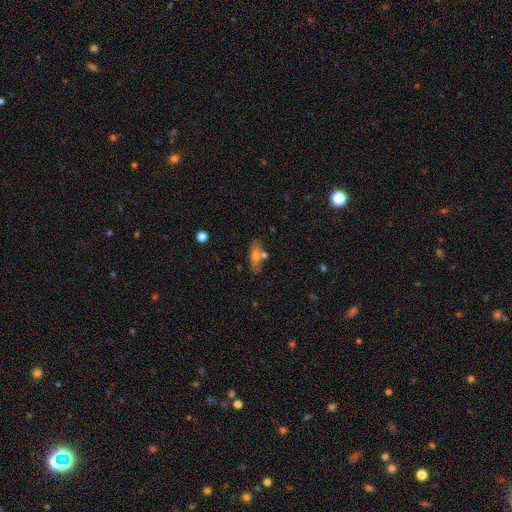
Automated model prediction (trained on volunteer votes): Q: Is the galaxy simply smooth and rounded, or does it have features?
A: smooth — 56%.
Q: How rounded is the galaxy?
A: in between — 58%.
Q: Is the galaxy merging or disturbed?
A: none — 61%.